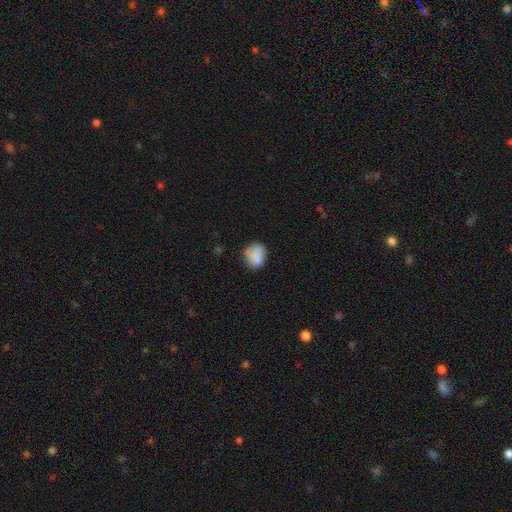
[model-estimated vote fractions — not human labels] Overall: smooth (82%). How rounded: round (60%; in between 39%). Merging: none (64%; minor disturbance 25%).